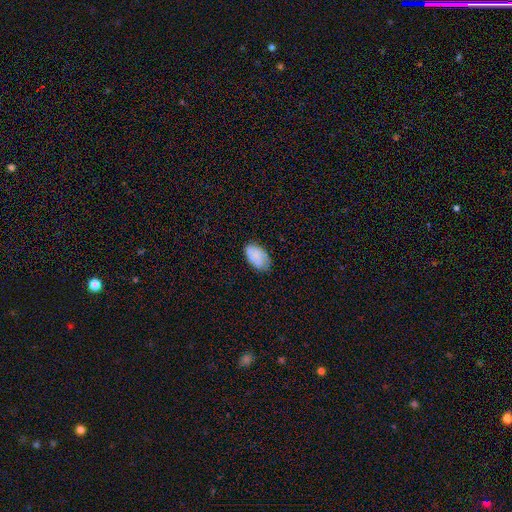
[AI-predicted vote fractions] A smooth galaxy with no disk features (69%) that is in between round and cigar-shaped (93%). Merging: none (71%).